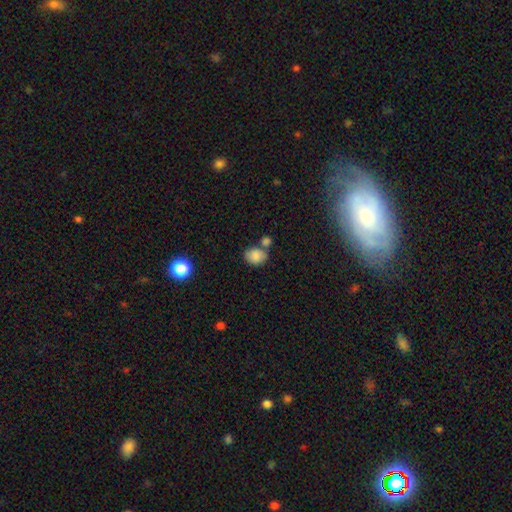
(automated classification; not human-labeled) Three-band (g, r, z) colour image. It shows a smooth galaxy with no disk features (83%) that is in between round and cigar-shaped (58%). Merging: none (51%).